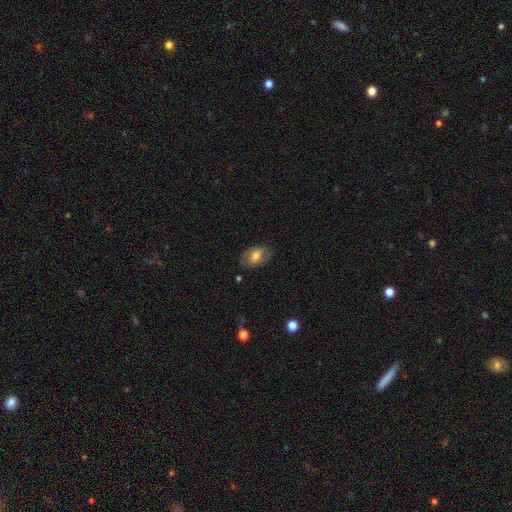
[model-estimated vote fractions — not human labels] Smooth or featured?
  - smooth: 56% *
  - featured or disk: 36%
  - star or artifact: 8%
How rounded?
  - in between: 83% *
  - round: 15%
  - cigar-shaped: 2%
Merging?
  - none: 74% *
  - minor disturbance: 18%
  - major disturbance: 7%
  - merger: 2%